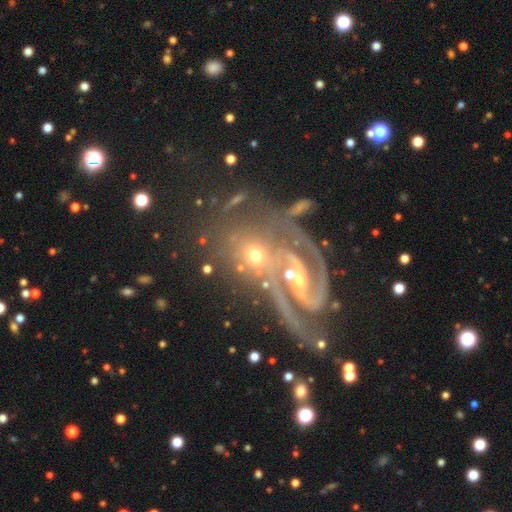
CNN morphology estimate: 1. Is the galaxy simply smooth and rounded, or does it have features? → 75% featured or disk, 14% smooth, 11% star or artifact.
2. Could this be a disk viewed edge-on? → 96% no, 4% yes.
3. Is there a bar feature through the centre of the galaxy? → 46% no, 34% weak, 19% strong.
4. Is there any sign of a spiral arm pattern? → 95% yes, 5% no.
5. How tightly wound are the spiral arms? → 52% medium, 33% tight, 15% loose.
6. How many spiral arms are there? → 75% 2, 10% 3, 7% can't tell, 4% 1, 3% 4, 2% more than 4.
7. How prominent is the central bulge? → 63% small, 29% moderate, 3% none, 3% large, 1% dominant.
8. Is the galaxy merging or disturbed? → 39% none, 38% merger, 13% minor disturbance, 10% major disturbance.